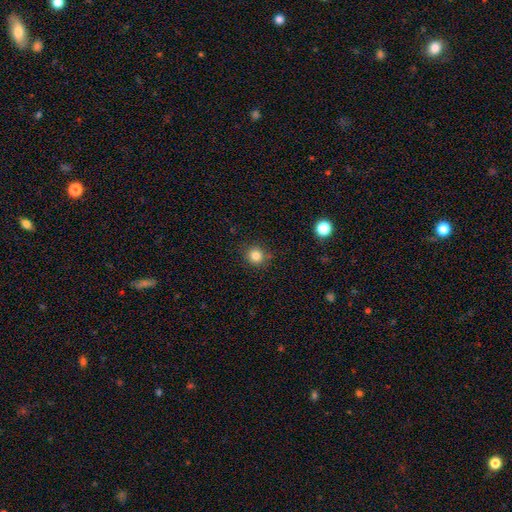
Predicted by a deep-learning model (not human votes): smooth 83%, star or artifact 12%, featured or disk 5%. Down the decision tree: how rounded — round (90%); merging — none (86%).